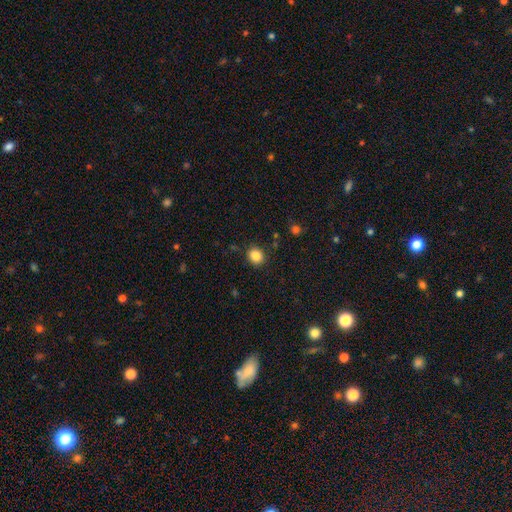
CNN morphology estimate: Overall: smooth (86%). How rounded: round (76%). Merging: none (88%).